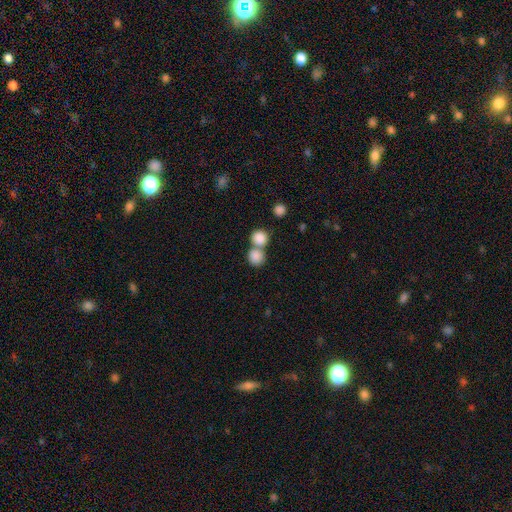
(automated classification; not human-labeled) Smooth or featured? smooth (85%)
How rounded? round (84%)
Merging? merger (52%)